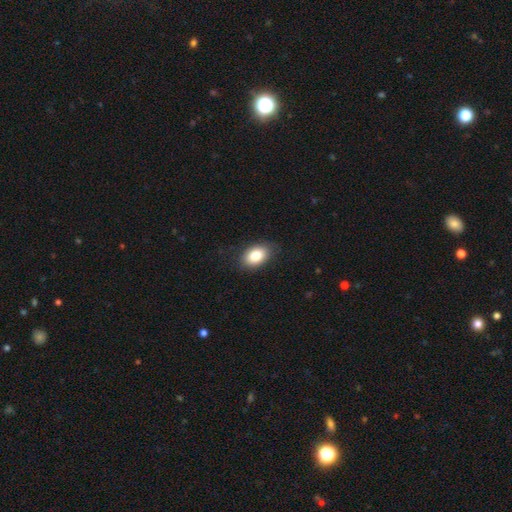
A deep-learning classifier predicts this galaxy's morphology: smooth-or-featured: smooth: 84% | featured or disk: 8% | star or artifact: 8%
  how-rounded: in between: 88% | round: 10% | cigar-shaped: 1%
  merging: none: 83% | minor disturbance: 13% | major disturbance: 3% | merger: 1%